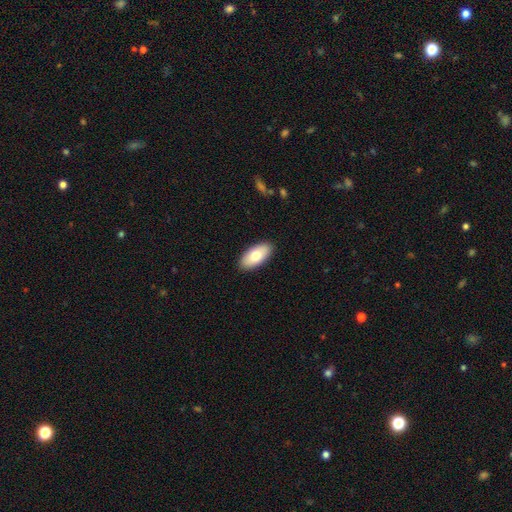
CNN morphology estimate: smooth 76%, featured or disk 19%, star or artifact 6%. Down the decision tree: how rounded — in between (93%); merging — none (90%).